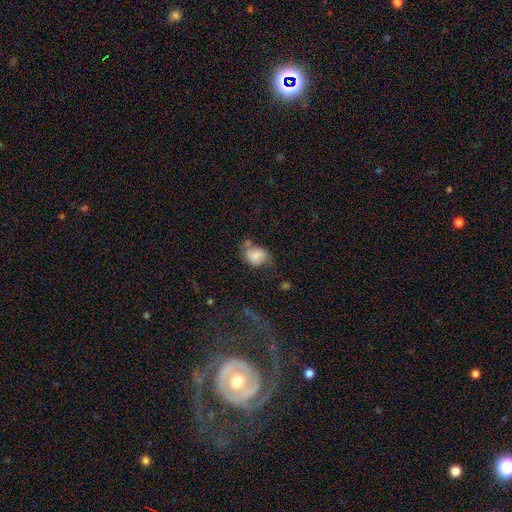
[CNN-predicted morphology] This appears to be a smooth galaxy with no disk features (74%) that is in between round and cigar-shaped (52%). Merging: none (45%).